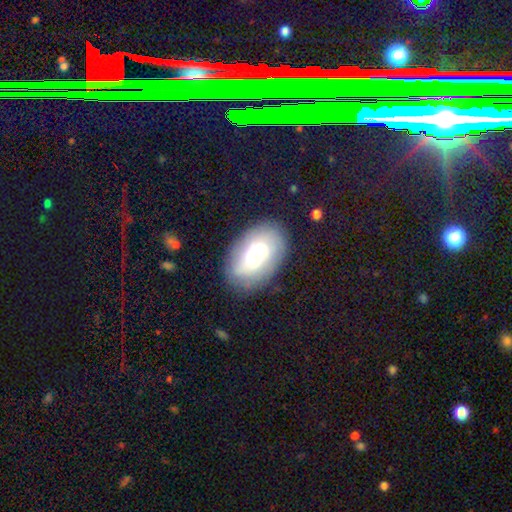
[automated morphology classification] type=featured or disk (47%); merging=none (79%).